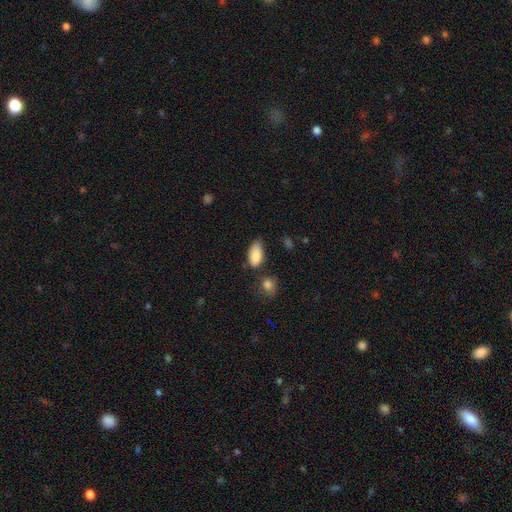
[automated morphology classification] A smooth galaxy with no disk features (85%) that is in between round and cigar-shaped (92%). Merging: none (54%).